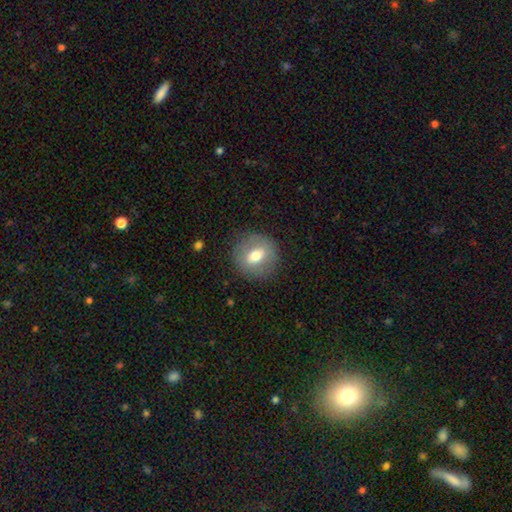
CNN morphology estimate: Overall: smooth (58%; featured or disk 34%). How rounded: round (81%). Merging: none (85%).